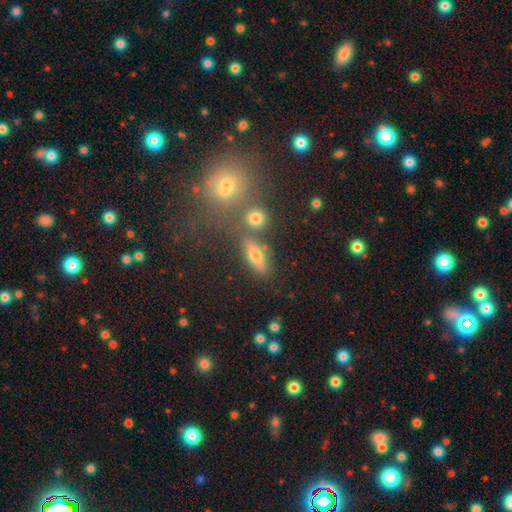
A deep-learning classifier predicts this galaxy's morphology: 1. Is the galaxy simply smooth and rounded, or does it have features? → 63% smooth, 23% featured or disk, 14% star or artifact.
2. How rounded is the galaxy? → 57% in between, 29% cigar-shaped, 13% round.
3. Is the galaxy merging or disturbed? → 73% none, 11% merger, 11% minor disturbance, 5% major disturbance.